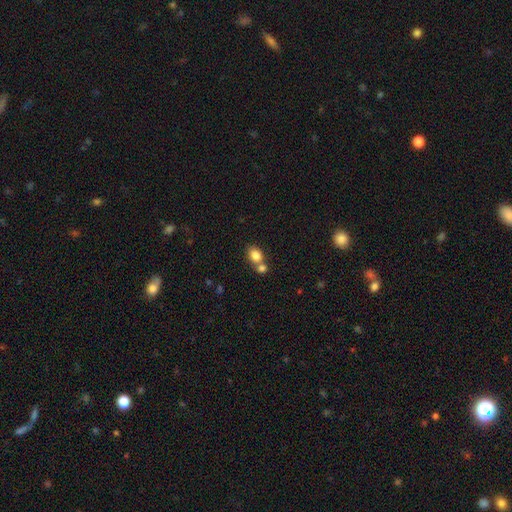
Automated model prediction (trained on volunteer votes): The model was most divided on "merging": merger: 45%, none: 43%, minor disturbance: 9%, major disturbance: 3%. More confident: smooth or featured — smooth (82%); how rounded — in between (58%).